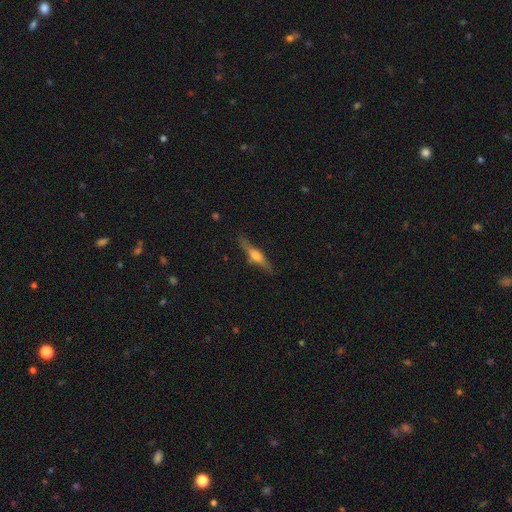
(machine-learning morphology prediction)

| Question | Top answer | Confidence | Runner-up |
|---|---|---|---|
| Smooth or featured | featured or disk | 58% | smooth (35%) |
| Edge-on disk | yes | 95% | no (5%) |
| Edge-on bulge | rounded | 88% | boxy (8%) |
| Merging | none | 83% | minor disturbance (12%) |